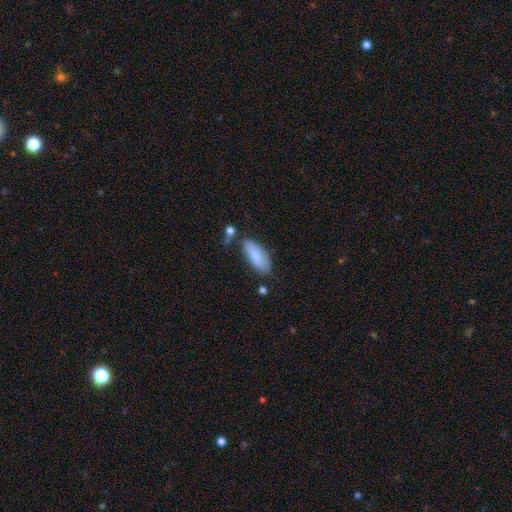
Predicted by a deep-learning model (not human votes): Smooth or featured: smooth — 77% (featured or disk — 17%)
How rounded: in between — 80% (cigar-shaped — 18%)
Merging: none — 68% (minor disturbance — 19%)